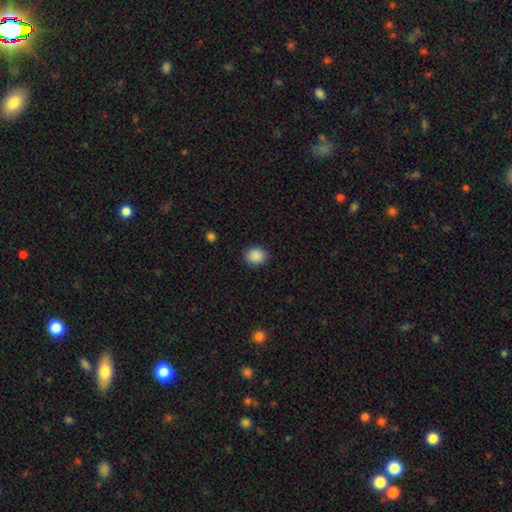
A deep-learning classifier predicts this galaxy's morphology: smooth_or_featured: smooth (p=0.89) [alt: star or artifact p=0.09]
how_rounded: round (p=0.76) [alt: in between p=0.23]
merging: none (p=0.90) [alt: minor disturbance p=0.07]